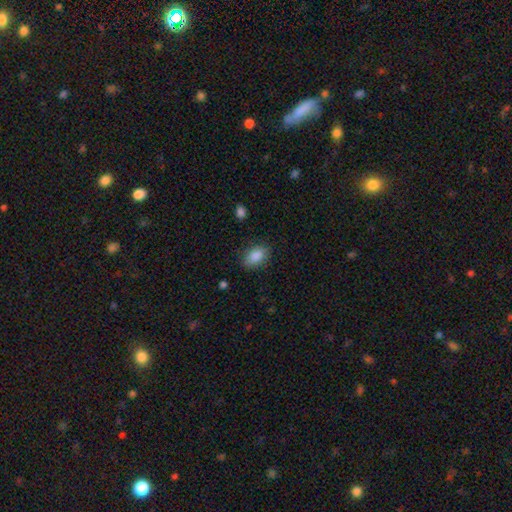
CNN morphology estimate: Smooth or featured: smooth — 88% (star or artifact — 7%)
How rounded: in between — 87% (round — 11%)
Merging: none — 83% (minor disturbance — 12%)